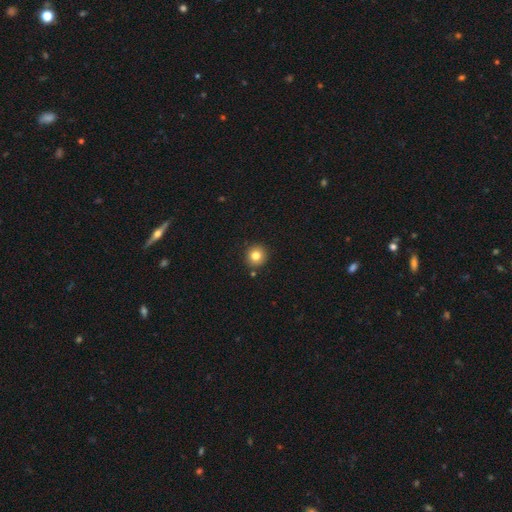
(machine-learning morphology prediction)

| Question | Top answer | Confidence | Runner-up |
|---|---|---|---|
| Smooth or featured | smooth | 80% | star or artifact (12%) |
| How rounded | round | 93% | in between (6%) |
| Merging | none | 88% | minor disturbance (6%) |